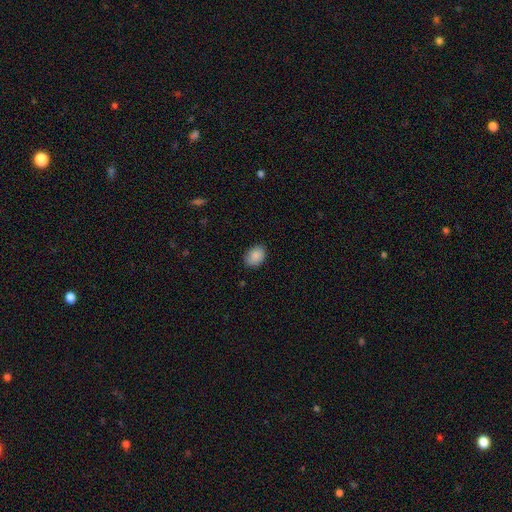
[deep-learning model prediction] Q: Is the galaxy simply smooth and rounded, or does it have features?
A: smooth — 89%.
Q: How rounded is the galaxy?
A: in between — 79%.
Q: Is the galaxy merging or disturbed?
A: none — 84%.